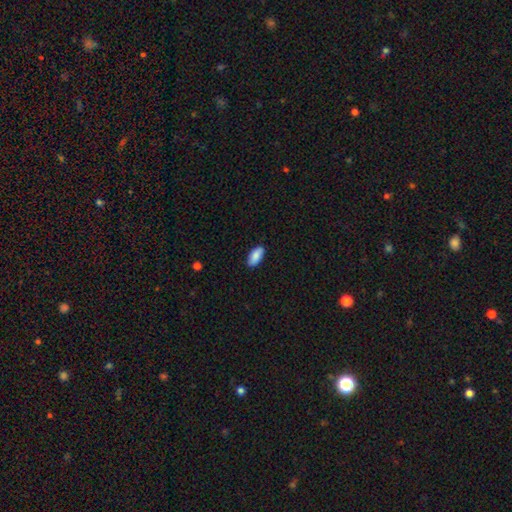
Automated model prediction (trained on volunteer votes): This is clearly a smooth galaxy (88%). How rounded: clearly in between (91%). Merging: clearly none (86%).